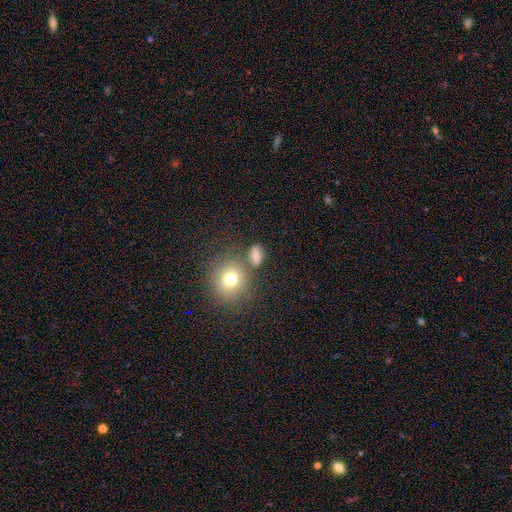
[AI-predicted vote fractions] This is likely a smooth galaxy (71%). How rounded: possibly in between (55%). Merging: likely none (66%).